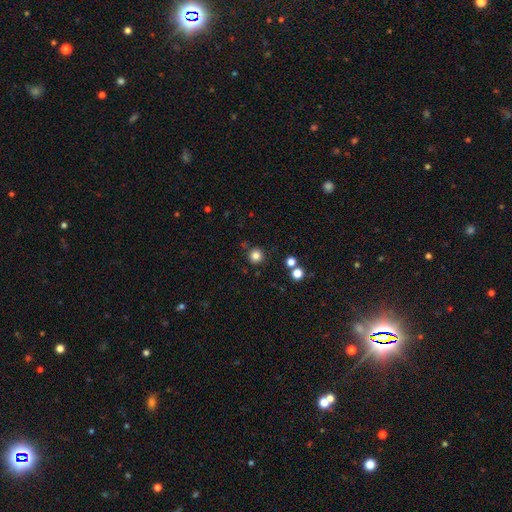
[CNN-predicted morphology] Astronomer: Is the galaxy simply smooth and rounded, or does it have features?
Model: smooth — 82%.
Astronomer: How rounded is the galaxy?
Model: round — 95%.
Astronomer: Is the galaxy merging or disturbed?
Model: none — 87%.